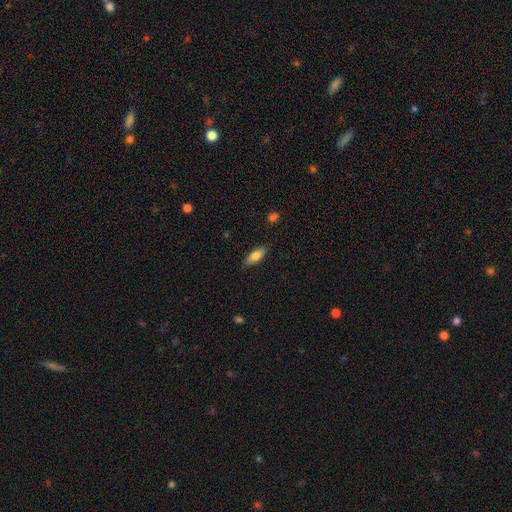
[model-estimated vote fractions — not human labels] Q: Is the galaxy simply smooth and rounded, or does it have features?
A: smooth — 73%.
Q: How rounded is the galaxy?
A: in between — 62%.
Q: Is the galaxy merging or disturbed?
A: none — 86%.